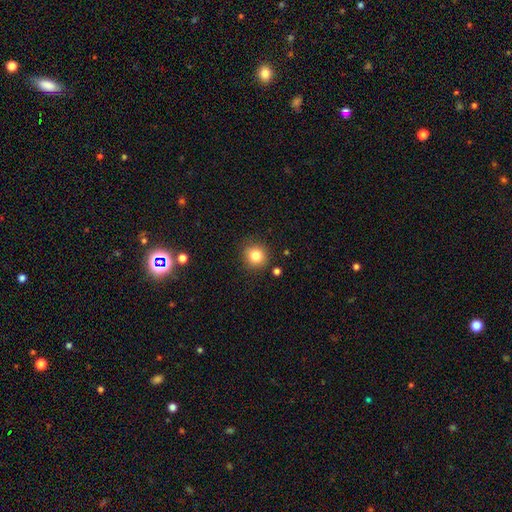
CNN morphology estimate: Overall: smooth (83%). How rounded: round (89%). Merging: none (87%).